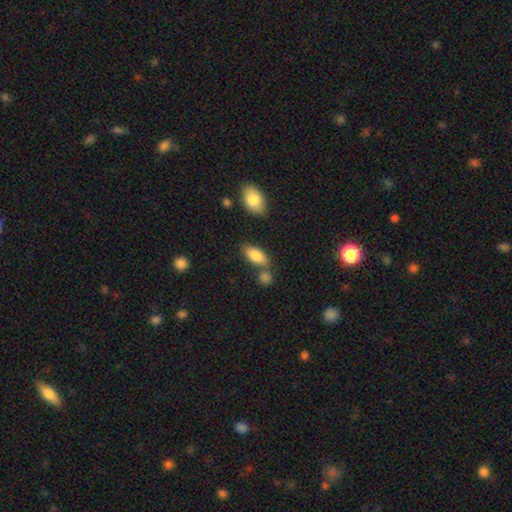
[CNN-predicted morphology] Overall: smooth (84%). How rounded: in between (89%). Merging: none (63%).